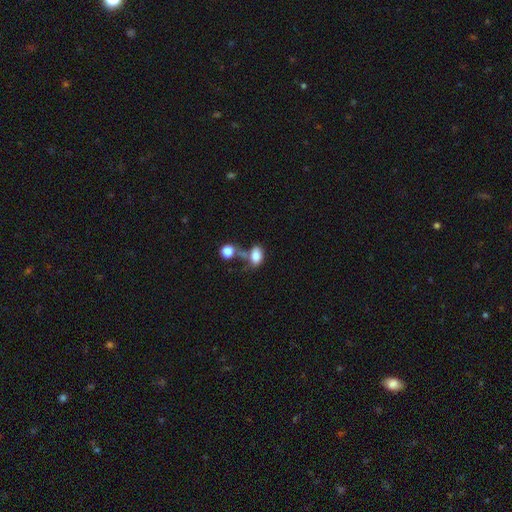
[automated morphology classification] type=smooth (81%); roundness=in between (84%); merging=merger (34%).